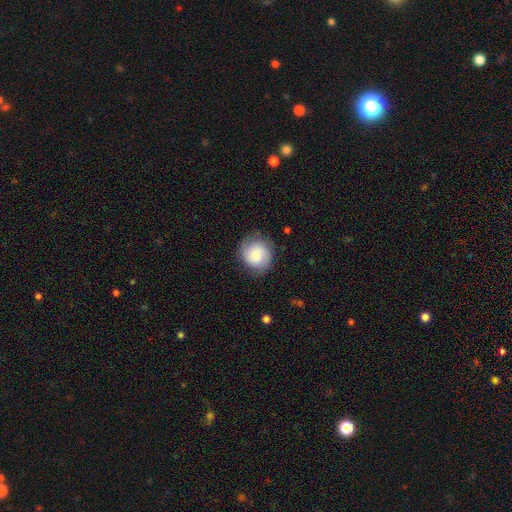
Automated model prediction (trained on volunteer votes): Smooth or featured? Predicted: smooth (p=0.69). How rounded? Predicted: round (p=0.88). Merging? Predicted: none (p=0.81).